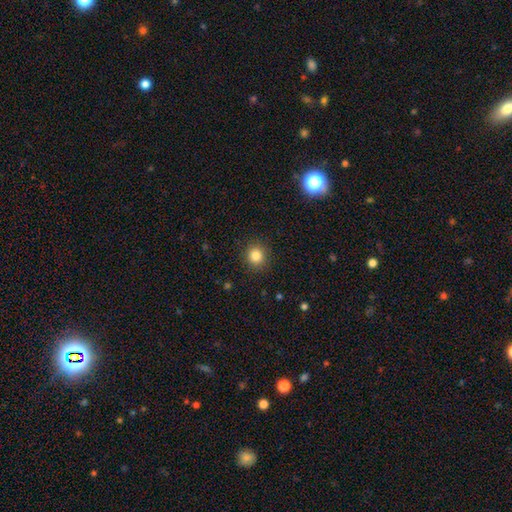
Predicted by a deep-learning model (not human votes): This is clearly a smooth galaxy (84%). How rounded: clearly round (89%). Merging: clearly none (90%).